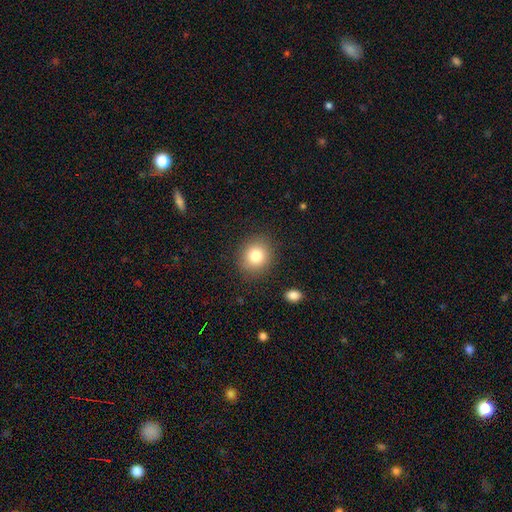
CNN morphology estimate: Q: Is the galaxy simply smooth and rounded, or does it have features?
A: smooth — 81%.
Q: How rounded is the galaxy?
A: round — 77%.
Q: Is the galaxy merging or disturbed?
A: none — 87%.